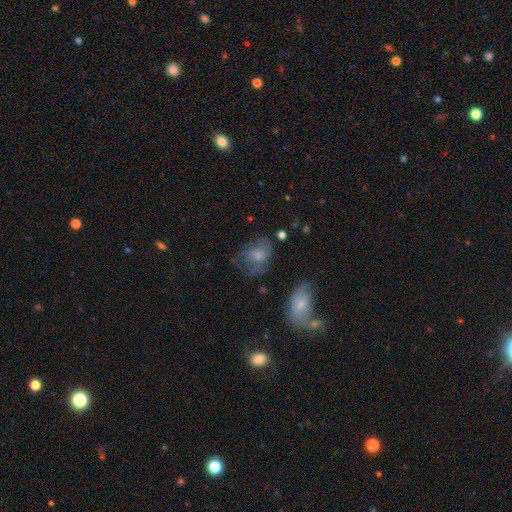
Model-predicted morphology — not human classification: smooth-or-featured: featured or disk: 38% | smooth: 35% | star or artifact: 27%
  merging: none: 61% | minor disturbance: 19% | major disturbance: 13% | merger: 7%